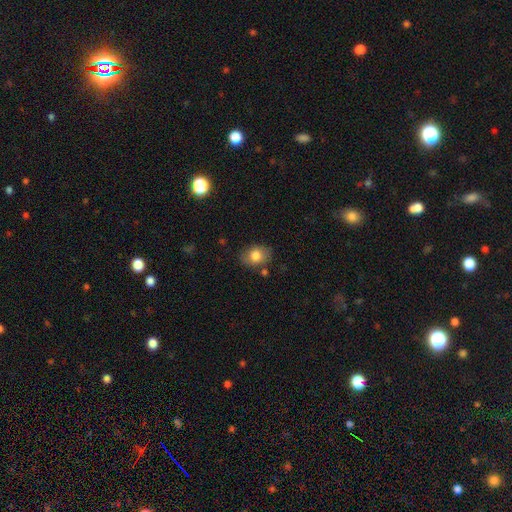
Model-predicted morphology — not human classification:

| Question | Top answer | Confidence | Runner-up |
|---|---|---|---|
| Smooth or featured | smooth | 80% | featured or disk (12%) |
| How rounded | in between | 67% | round (32%) |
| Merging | none | 77% | minor disturbance (15%) |